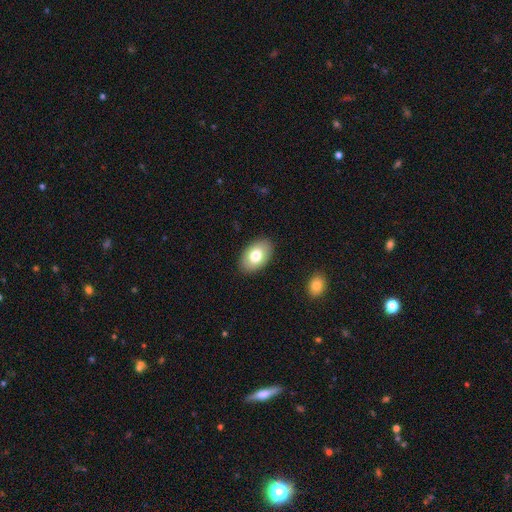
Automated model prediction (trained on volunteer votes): The model was most divided on "smooth or featured": smooth: 76%, featured or disk: 17%, star or artifact: 7%. More confident: how rounded — in between (91%); merging — none (88%).